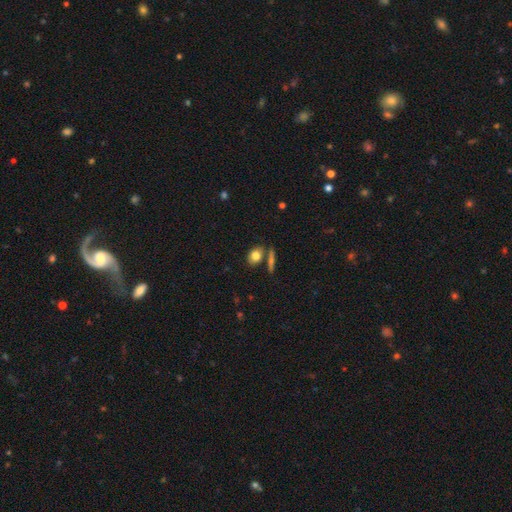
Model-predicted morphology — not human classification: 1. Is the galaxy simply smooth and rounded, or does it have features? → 80% smooth, 11% featured or disk, 9% star or artifact.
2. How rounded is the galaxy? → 68% in between, 26% round, 5% cigar-shaped.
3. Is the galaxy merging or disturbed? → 67% none, 16% merger, 13% minor disturbance, 4% major disturbance.